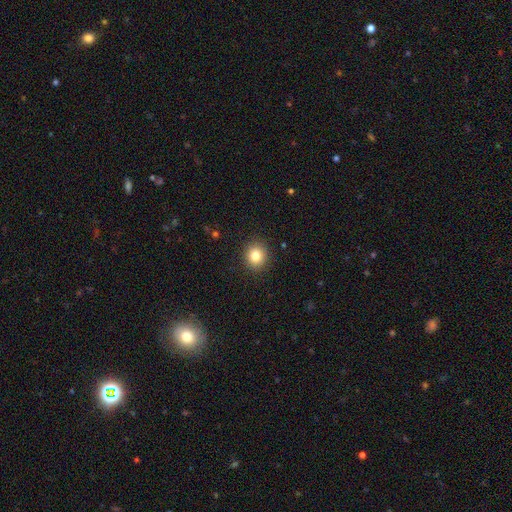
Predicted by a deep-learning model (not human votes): The model was most divided on "how rounded": round: 80%, in between: 19%, cigar-shaped: 1%. More confident: merging — none (90%); smooth or featured — smooth (83%).